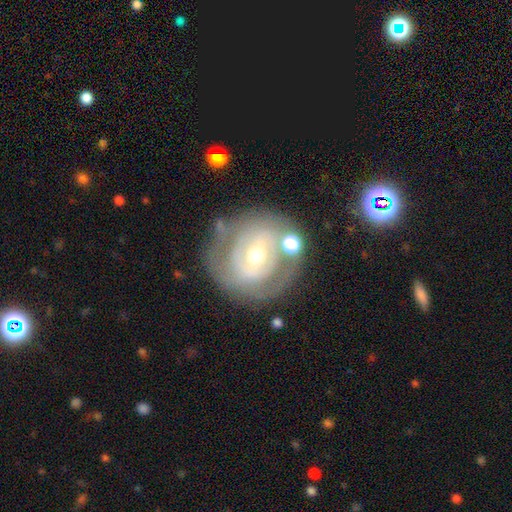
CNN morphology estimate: Overall: featured or disk (72%). Edge-on disk: no (96%). Bar: no (43%; weak 37%). Spiral arms: yes (58%; no 42%). Bulge size: moderate (60%; small 34%). Merging: none (69%).